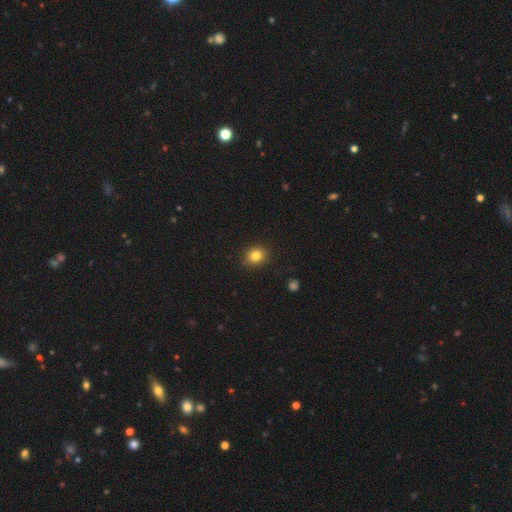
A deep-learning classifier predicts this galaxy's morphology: This appears to be a smooth galaxy with no disk features (82%) that is round (67%). Merging: none (89%).